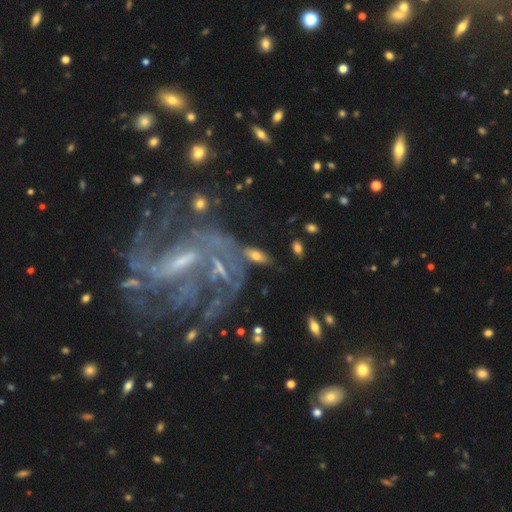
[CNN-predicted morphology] This is possibly a featured or disk galaxy (49%). Merging: likely none (65%).